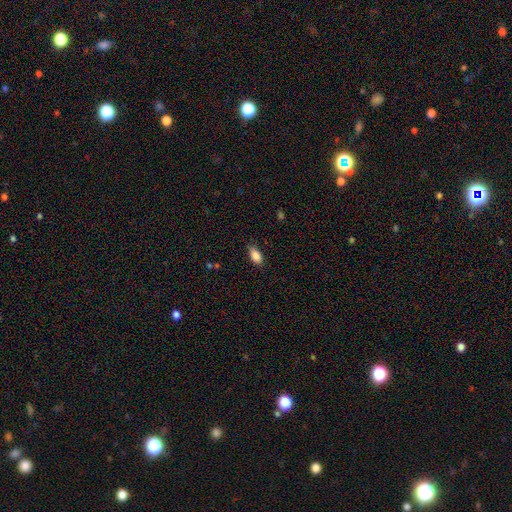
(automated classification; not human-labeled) A smooth galaxy with no disk features (87%) that is in between round and cigar-shaped (89%). Merging: none (76%).